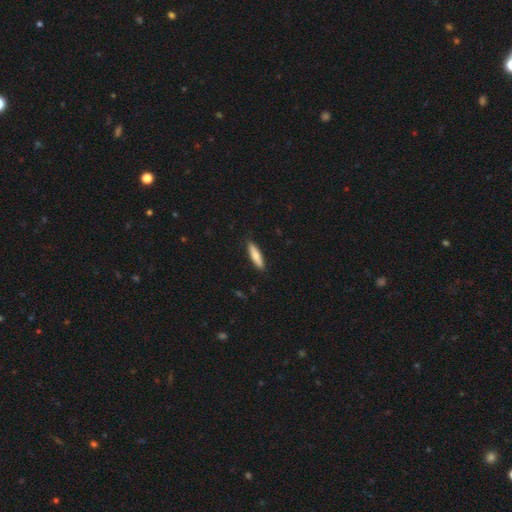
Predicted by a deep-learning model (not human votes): Smooth or featured? smooth (75%)
How rounded? cigar-shaped (74%)
Merging? none (89%)